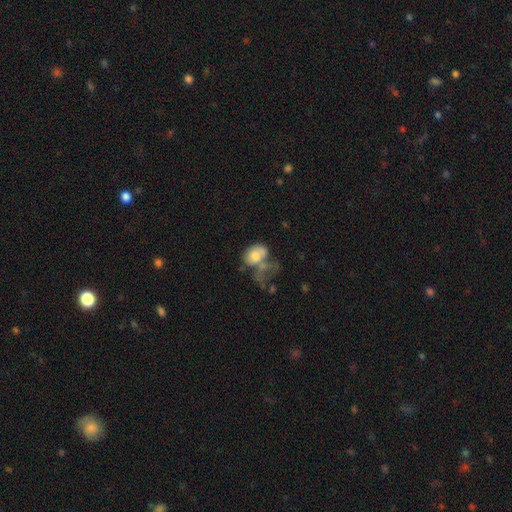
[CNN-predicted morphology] The model was most divided on "merging": merger: 37%, major disturbance: 34%, none: 15%, minor disturbance: 13%. More confident: how rounded — in between (71%); smooth or featured — smooth (60%).